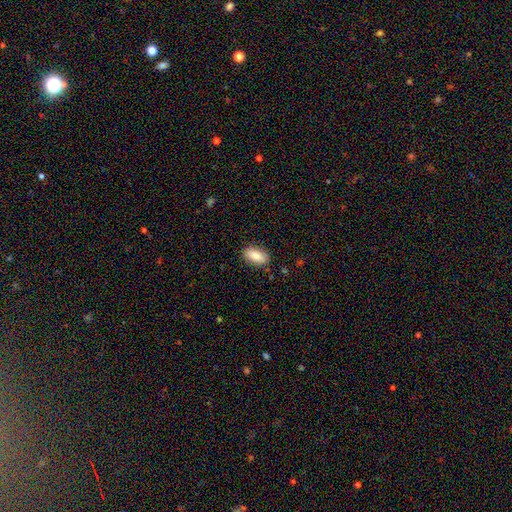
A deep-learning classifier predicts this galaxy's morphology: Smooth or featured? Predicted: smooth (p=0.85). How rounded? Predicted: in between (p=0.90). Merging? Predicted: none (p=0.87).